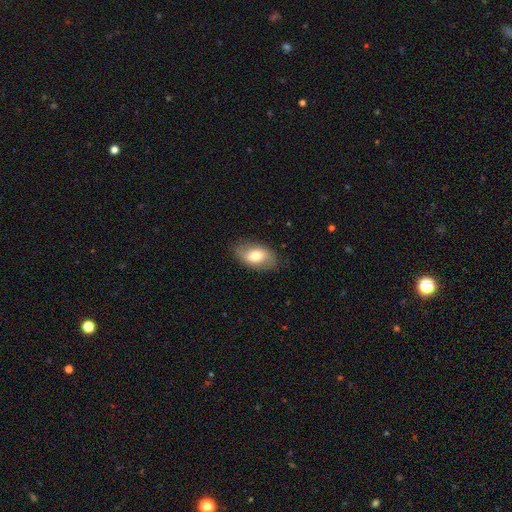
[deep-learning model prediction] Smooth or featured? Predicted: smooth (p=0.66). How rounded? Predicted: in between (p=0.91). Merging? Predicted: none (p=0.80).